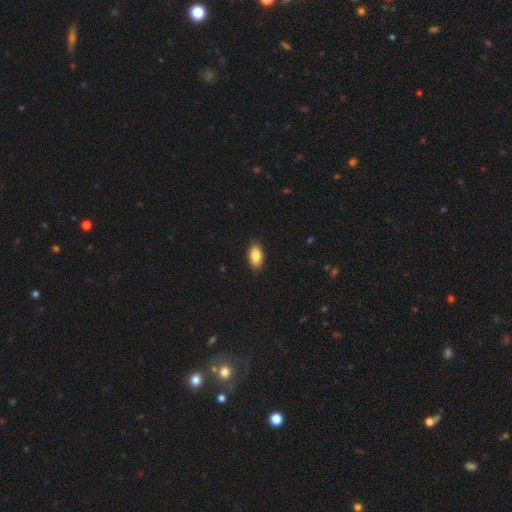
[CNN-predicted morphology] Smooth or featured: smooth — 86% (featured or disk — 7%)
How rounded: in between — 93% (cigar-shaped — 4%)
Merging: none — 88% (minor disturbance — 9%)